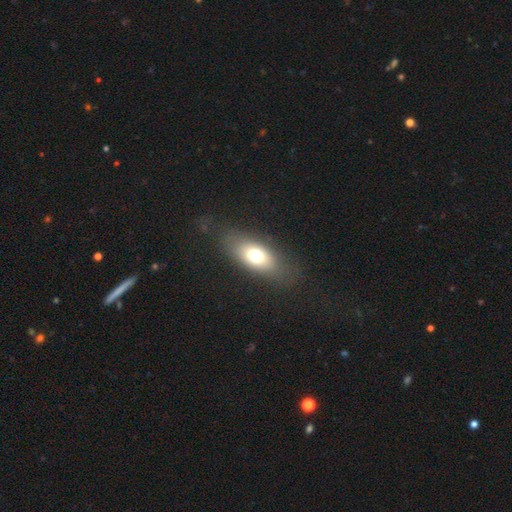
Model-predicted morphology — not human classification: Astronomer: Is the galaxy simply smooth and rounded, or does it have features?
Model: smooth — 69%.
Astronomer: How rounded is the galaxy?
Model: in between — 82%.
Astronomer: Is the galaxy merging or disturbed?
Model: none — 77%.